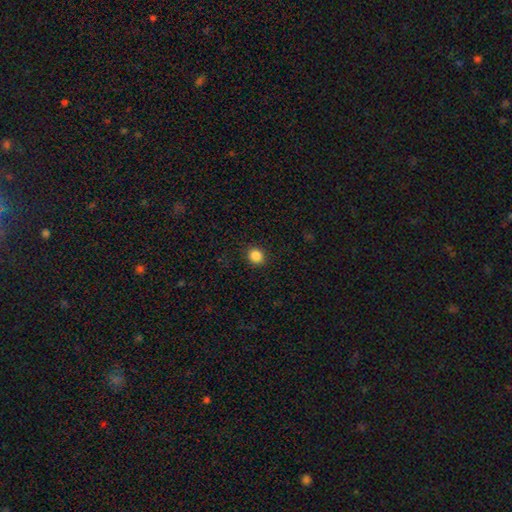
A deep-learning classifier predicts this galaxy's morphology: Smooth or featured? Predicted: smooth (p=0.86). How rounded? Predicted: round (p=0.83). Merging? Predicted: none (p=0.91).